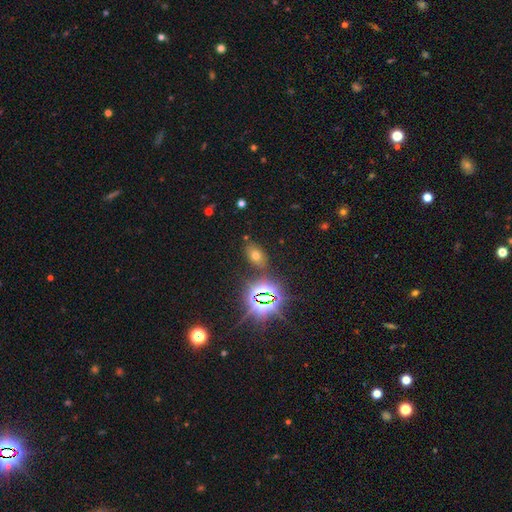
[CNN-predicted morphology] Smooth or featured? smooth (54%)
How rounded? in between (83%)
Merging? none (81%)